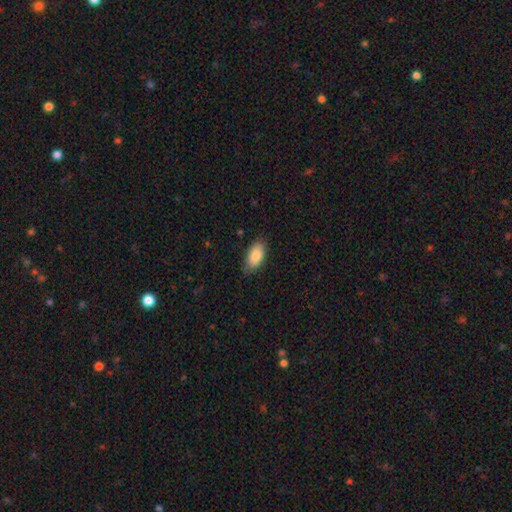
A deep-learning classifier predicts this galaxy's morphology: Q: Smooth or featured?
A: smooth (85%); runner-up: featured or disk (8%)
Q: How rounded?
A: in between (92%); runner-up: cigar-shaped (5%)
Q: Merging?
A: none (78%); runner-up: minor disturbance (18%)